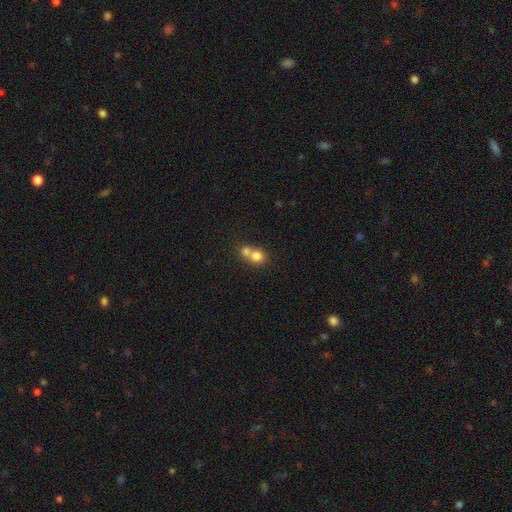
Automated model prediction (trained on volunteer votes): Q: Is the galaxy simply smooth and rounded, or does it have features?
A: smooth — 77%.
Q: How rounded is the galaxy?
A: round — 80%.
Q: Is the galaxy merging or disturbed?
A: merger — 64%.